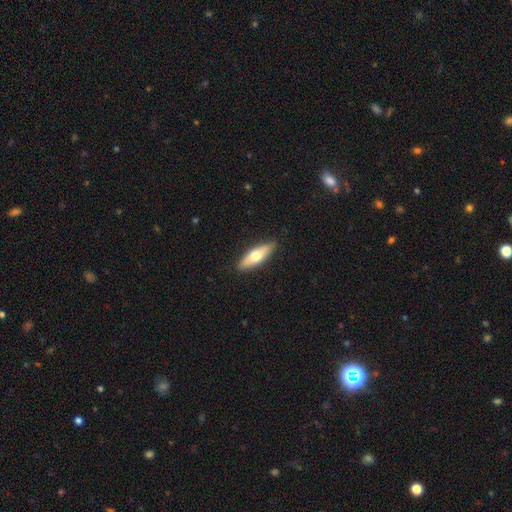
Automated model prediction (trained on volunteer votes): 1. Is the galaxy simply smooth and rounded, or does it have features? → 60% smooth, 35% featured or disk, 5% star or artifact.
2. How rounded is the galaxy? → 49% cigar-shaped (tied), 49% in between (tied), 2% round.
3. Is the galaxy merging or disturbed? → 89% none, 8% minor disturbance, 2% major disturbance, 1% merger.